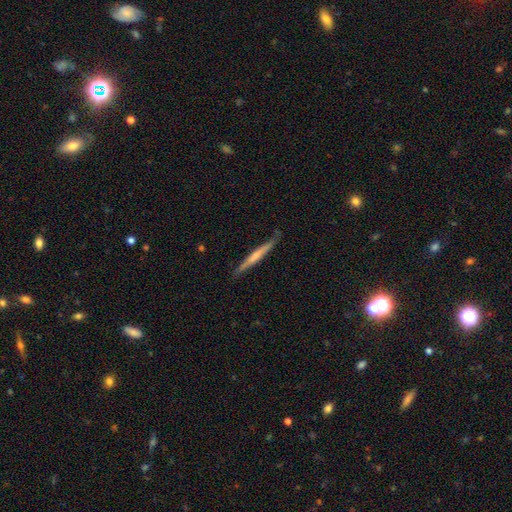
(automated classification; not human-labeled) Overall: featured or disk (49%; smooth 46%). Merging: none (84%).